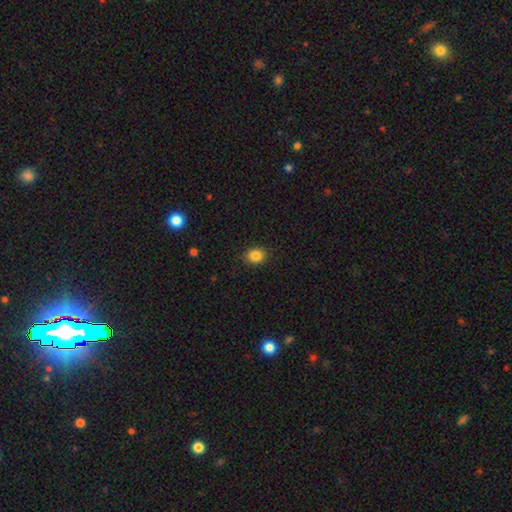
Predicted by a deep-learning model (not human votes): Smooth or featured? smooth (85%)
How rounded? round (57%)
Merging? none (89%)